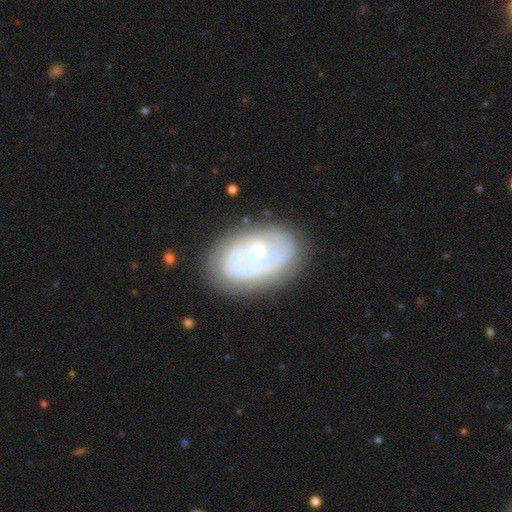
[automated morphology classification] Smooth or featured? Predicted: featured or disk (p=0.69). Edge-on disk? Predicted: no (p=0.96). Bar? Predicted: no (p=0.83). Spiral arms? Predicted: no (p=0.60). Bulge size? Predicted: small (p=0.51). Merging? Predicted: none (p=0.60).